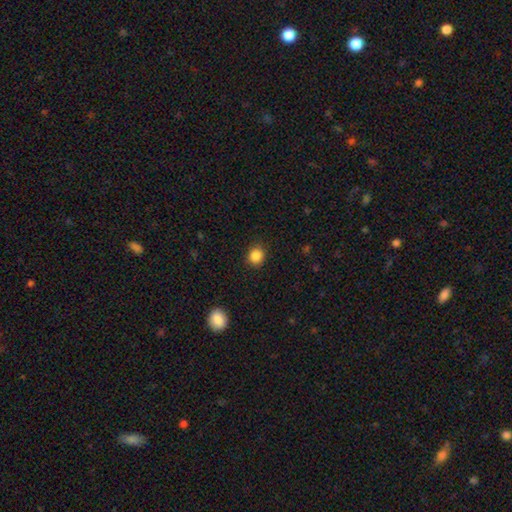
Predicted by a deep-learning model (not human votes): smooth_or_featured: smooth (p=0.87) [alt: star or artifact p=0.10]
how_rounded: round (p=0.78) [alt: in between p=0.21]
merging: none (p=0.88) [alt: minor disturbance p=0.08]